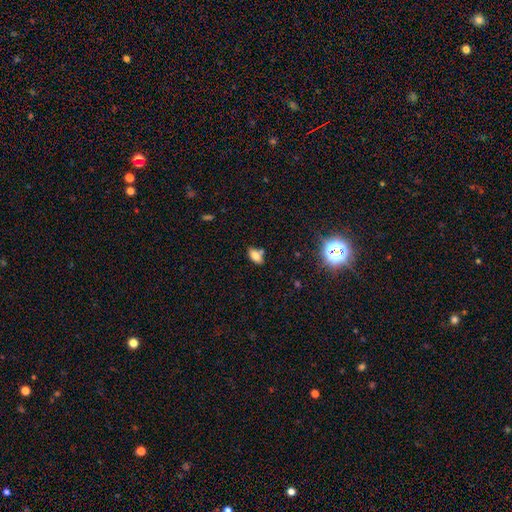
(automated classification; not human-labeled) Q: Smooth or featured?
A: smooth (76%); runner-up: star or artifact (12%)
Q: How rounded?
A: in between (90%); runner-up: cigar-shaped (5%)
Q: Merging?
A: none (65%); runner-up: merger (16%)